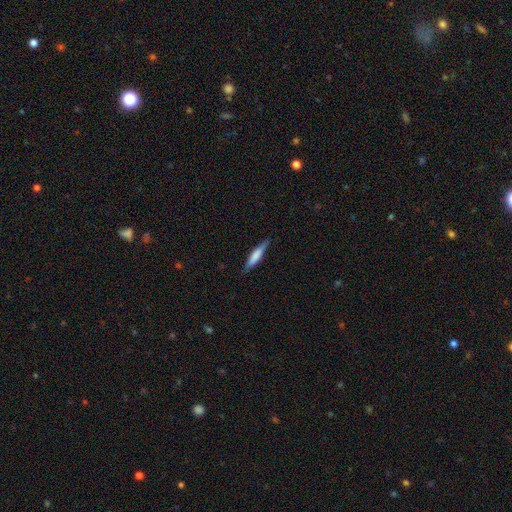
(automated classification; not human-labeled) Morphology: type=smooth (67%); roundness=cigar-shaped (85%); merging=none (81%).